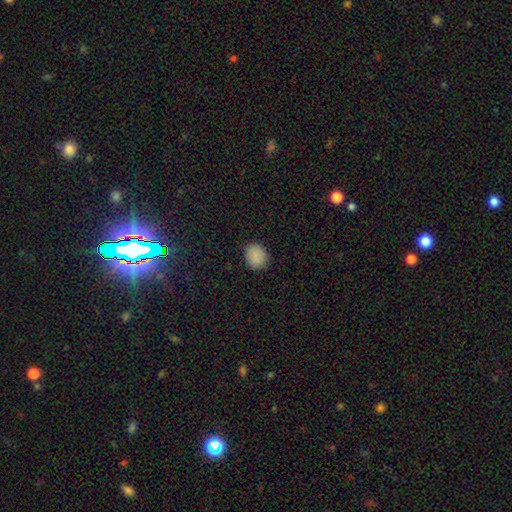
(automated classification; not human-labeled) smooth_or_featured: smooth (p=0.88) [alt: star or artifact p=0.09]
how_rounded: round (p=0.73) [alt: in between p=0.26]
merging: none (p=0.88) [alt: minor disturbance p=0.08]